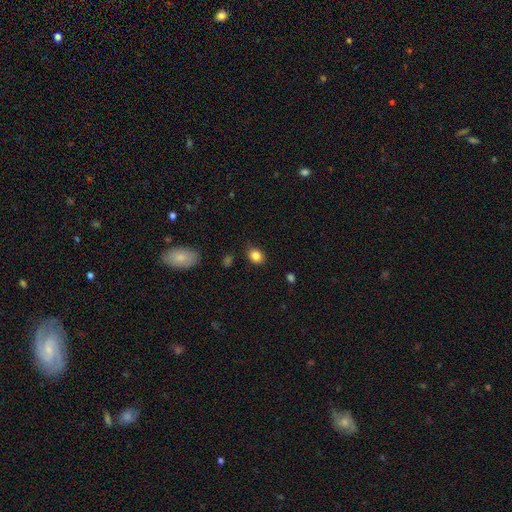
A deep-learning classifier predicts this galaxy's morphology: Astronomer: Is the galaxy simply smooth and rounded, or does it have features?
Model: smooth — 84%.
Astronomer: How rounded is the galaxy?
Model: round — 51% (runner-up: in between, 48%).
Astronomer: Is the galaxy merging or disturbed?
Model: none — 80%.